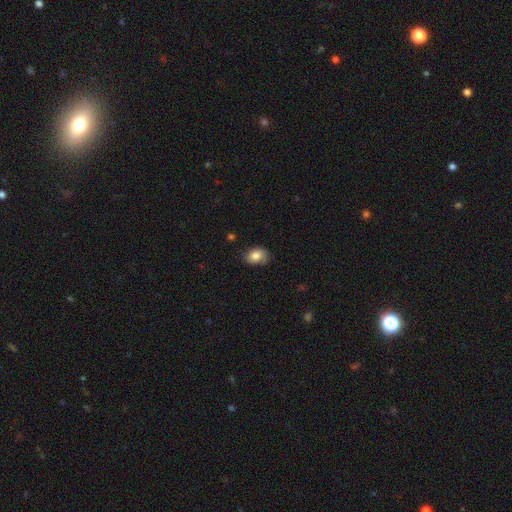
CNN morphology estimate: smooth 80%, featured or disk 12%, star or artifact 8%. Down the decision tree: how rounded — in between (66%); merging — none (66%).